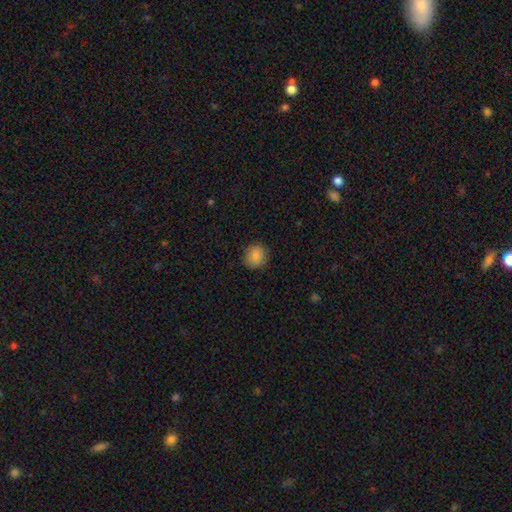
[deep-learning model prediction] Overall: smooth (86%). How rounded: round (86%). Merging: none (88%).